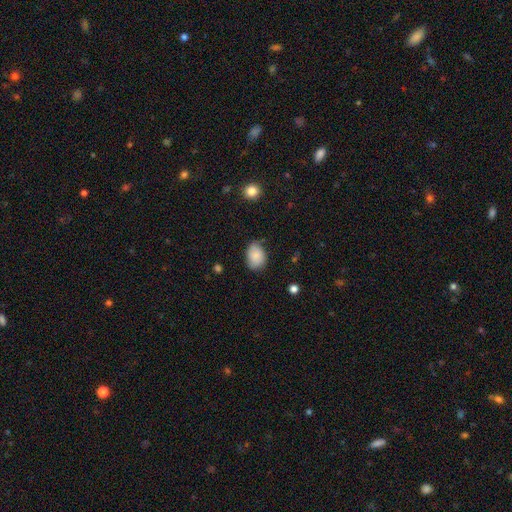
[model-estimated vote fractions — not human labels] Smooth or featured: smooth — 79% (featured or disk — 13%)
How rounded: in between — 69% (round — 30%)
Merging: none — 63% (minor disturbance — 29%)